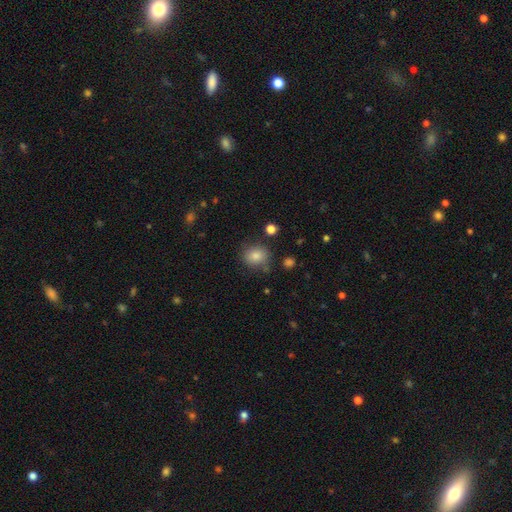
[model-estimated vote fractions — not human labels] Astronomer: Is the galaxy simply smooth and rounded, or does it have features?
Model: smooth — 80%.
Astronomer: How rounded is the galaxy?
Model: round — 63%.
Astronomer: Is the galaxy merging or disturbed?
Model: none — 77%.